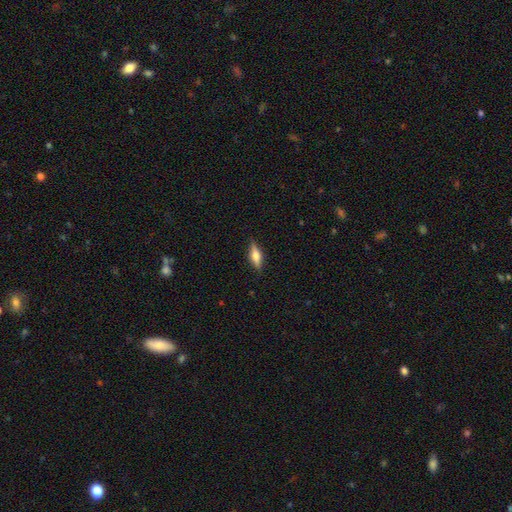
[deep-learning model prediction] This is possibly a smooth galaxy (48%). Merging: clearly none (86%).